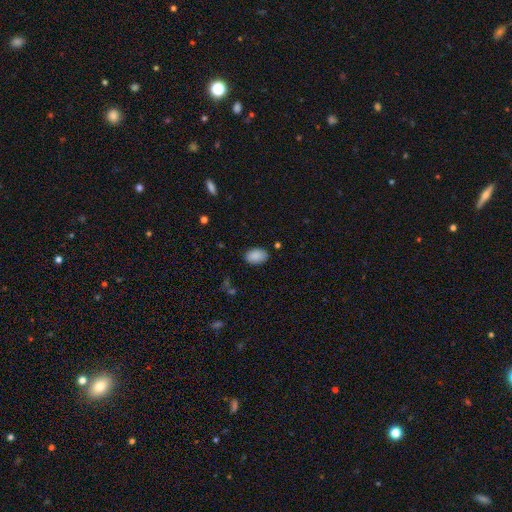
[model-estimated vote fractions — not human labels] Q: Smooth or featured?
A: smooth (89%); runner-up: star or artifact (7%)
Q: How rounded?
A: in between (89%); runner-up: round (10%)
Q: Merging?
A: none (85%); runner-up: minor disturbance (11%)